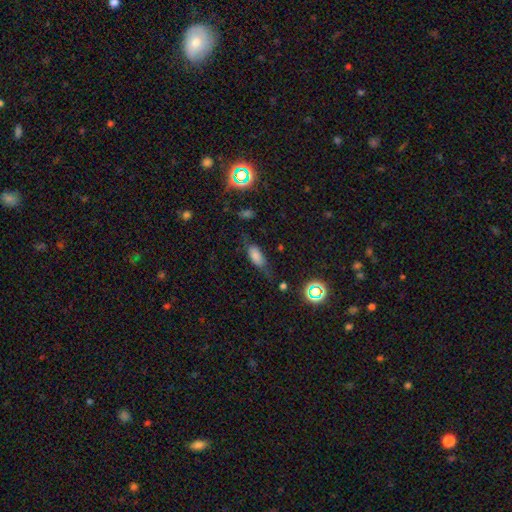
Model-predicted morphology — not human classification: Smooth or featured? Predicted: smooth (p=0.71). How rounded? Predicted: in between (p=0.79). Merging? Predicted: none (p=0.52).